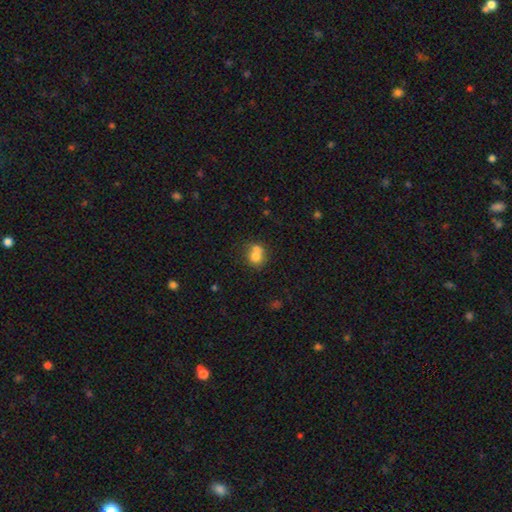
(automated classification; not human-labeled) This is likely a smooth galaxy (72%). How rounded: likely round (73%). Merging: possibly merger (48%).